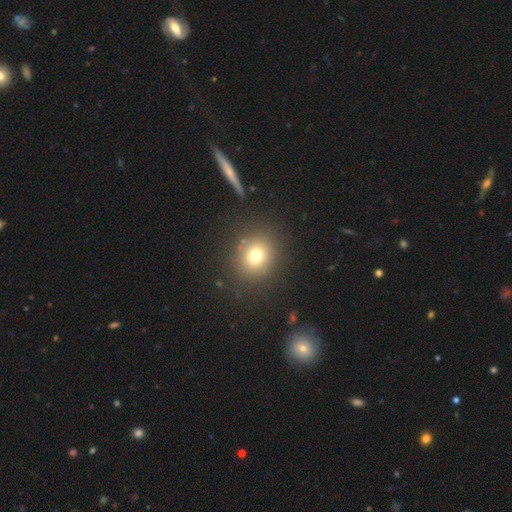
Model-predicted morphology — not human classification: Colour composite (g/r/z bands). It shows a smooth galaxy with no disk features (73%) that is round (80%). Merging: none (87%).